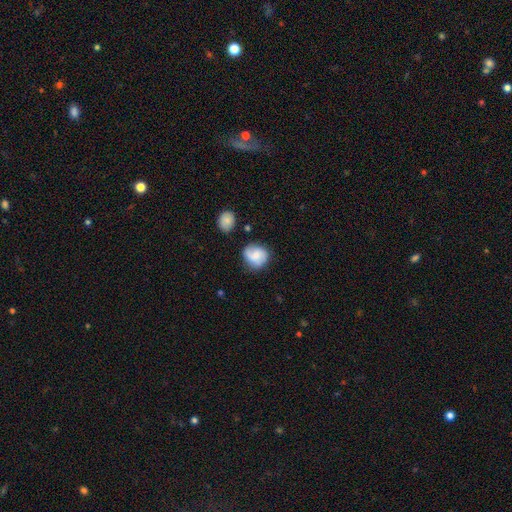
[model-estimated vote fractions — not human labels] A smooth galaxy with no disk features (53%) that is round (80%). Merging: none (67%).